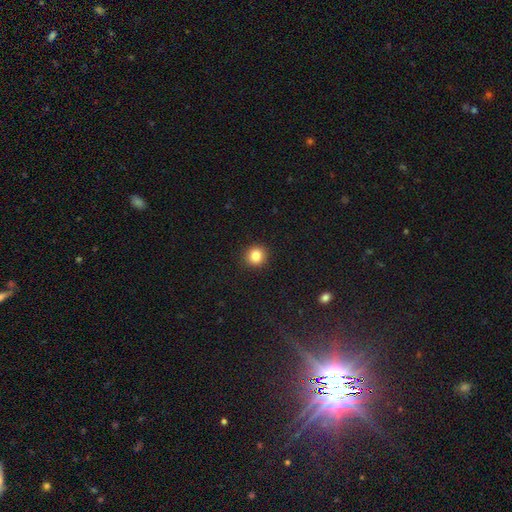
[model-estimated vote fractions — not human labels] Smooth or featured? Predicted: smooth (p=0.85). How rounded? Predicted: round (p=0.91). Merging? Predicted: none (p=0.92).